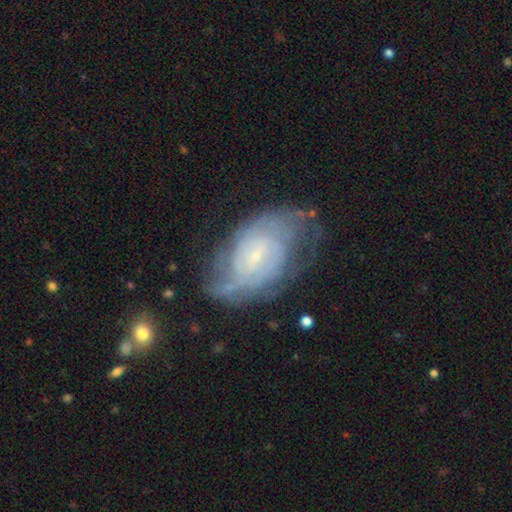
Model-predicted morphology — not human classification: Smooth or featured?
  - featured or disk: 82% *
  - smooth: 11%
  - star or artifact: 7%
Edge-on disk?
  - no: 96% *
  - yes: 4%
Bar?
  - weak: 52% *
  - no: 37%
  - strong: 11%
Spiral arms?
  - yes: 94% *
  - no: 6%
Spiral winding?
  - tight: 59% *
  - medium: 32%
  - loose: 9%
Spiral arm count?
  - can't tell: 38% *
  - 2: 34%
  - 3: 12%
  - 4: 7%
  - 1: 5%
  - more than 4: 5%
Bulge size?
  - small: 75% *
  - moderate: 16%
  - none: 7%
  - large: 2%
  - dominant: 1%
Merging?
  - none: 63% *
  - minor disturbance: 23%
  - major disturbance: 12%
  - merger: 2%